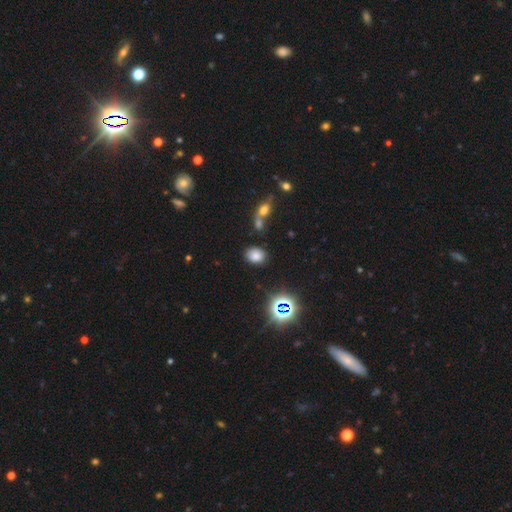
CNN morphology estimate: Smooth or featured? Predicted: smooth (p=0.74). How rounded? Predicted: in between (p=0.65). Merging? Predicted: none (p=0.78).